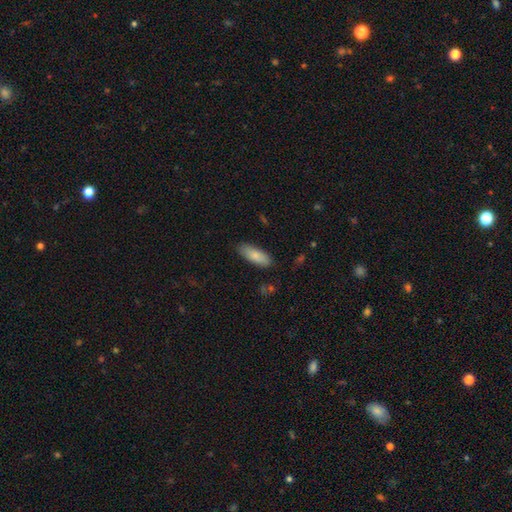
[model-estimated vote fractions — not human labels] Q: Smooth or featured?
A: smooth (83%); runner-up: featured or disk (11%)
Q: How rounded?
A: in between (76%); runner-up: cigar-shaped (23%)
Q: Merging?
A: none (84%); runner-up: minor disturbance (12%)